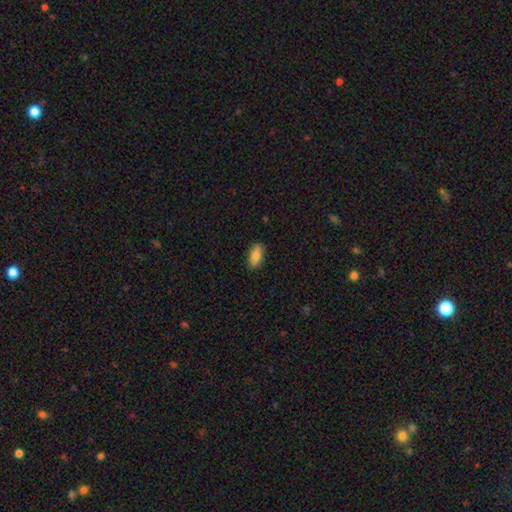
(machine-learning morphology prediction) Smooth or featured? smooth (82%)
How rounded? in between (88%)
Merging? none (87%)